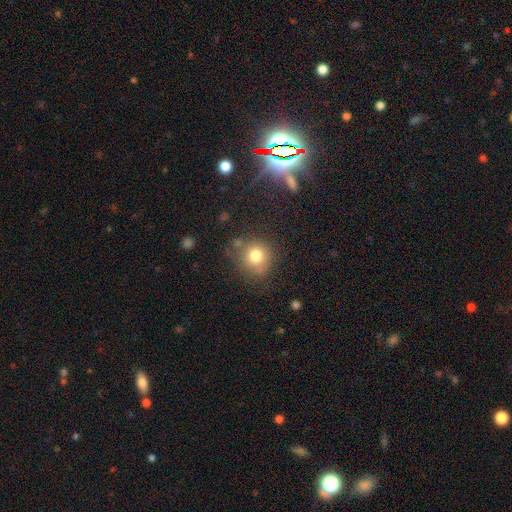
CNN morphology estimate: Smooth or featured? smooth (77%)
How rounded? round (89%)
Merging? none (73%)